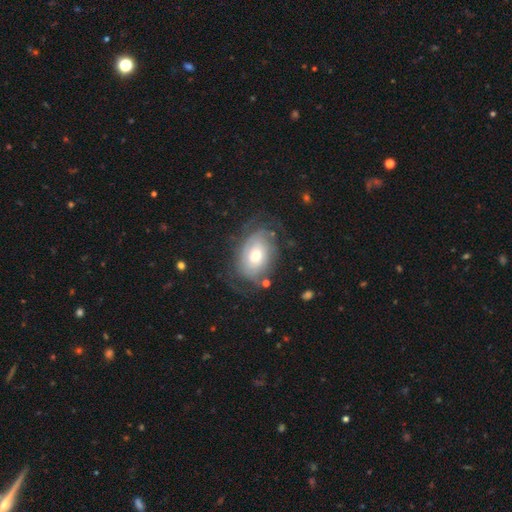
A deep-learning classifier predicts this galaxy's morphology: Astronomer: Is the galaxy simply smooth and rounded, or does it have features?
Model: featured or disk — 70%.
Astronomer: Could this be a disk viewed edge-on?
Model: no — 95%.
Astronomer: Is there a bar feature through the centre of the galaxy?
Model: no — 74%.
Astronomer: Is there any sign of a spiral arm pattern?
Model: yes — 81%.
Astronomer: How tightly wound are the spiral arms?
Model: tight — 65%.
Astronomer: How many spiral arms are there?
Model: can't tell — 55%.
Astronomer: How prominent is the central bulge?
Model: moderate — 63%.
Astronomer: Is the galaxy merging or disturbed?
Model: none — 63%.